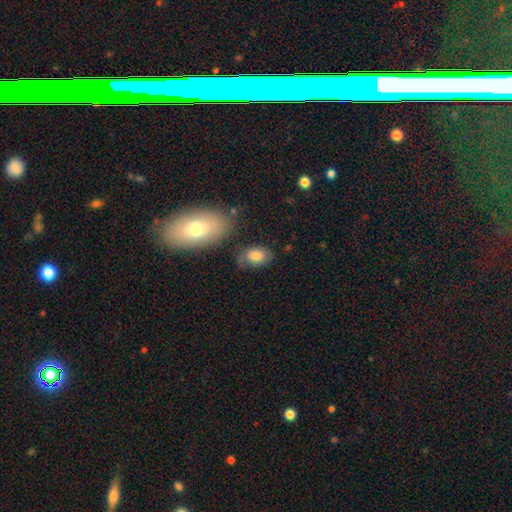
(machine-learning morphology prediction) The model was most divided on "merging": none: 64%, minor disturbance: 23%, major disturbance: 7%, merger: 7%. More confident: how rounded — in between (87%); smooth or featured — smooth (81%).